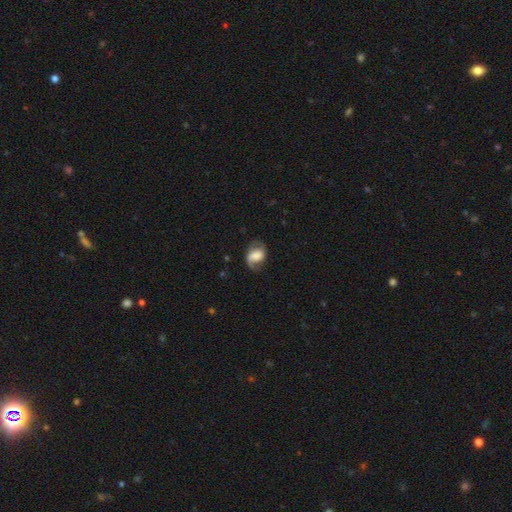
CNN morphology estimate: smooth-or-featured: featured or disk: 58% | smooth: 34% | star or artifact: 8%
  disk-edge-on: no: 97% | yes: 3%
    bar: weak: 40% | no: 36% | strong: 24%
    has-spiral-arms: yes: 87% | no: 13%
    bulge-size: large: 34% | moderate: 22% | none: 19% | small: 16% | dominant: 10%
  merging: none: 64% | minor disturbance: 21% | major disturbance: 13% | merger: 1%